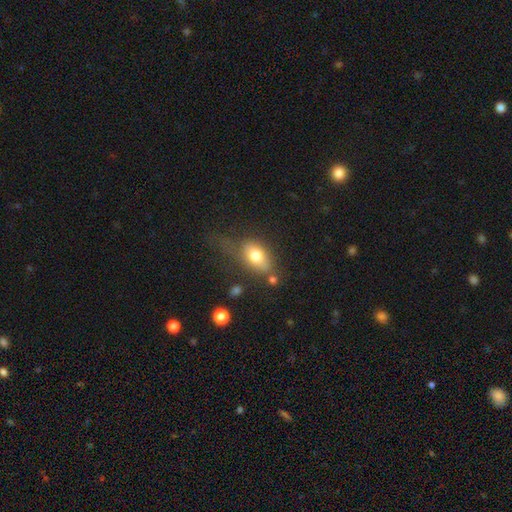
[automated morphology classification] smooth 75%, featured or disk 17%, star or artifact 8%. Down the decision tree: how rounded — in between (85%); merging — none (43%).